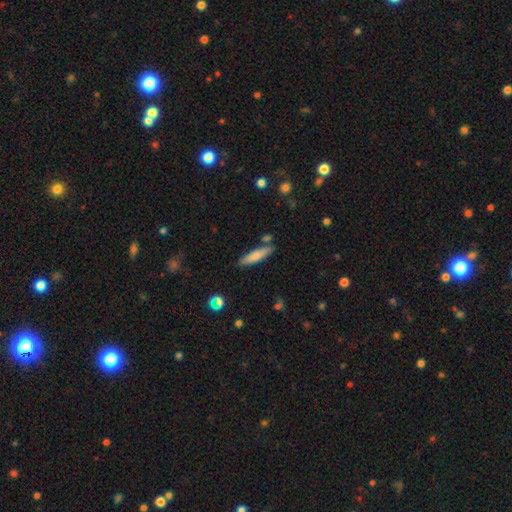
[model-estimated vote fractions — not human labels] Smooth or featured?
  - smooth: 77% *
  - featured or disk: 17%
  - star or artifact: 6%
How rounded?
  - cigar-shaped: 79% *
  - in between: 19%
  - round: 1%
Merging?
  - none: 80% *
  - minor disturbance: 12%
  - merger: 5%
  - major disturbance: 2%